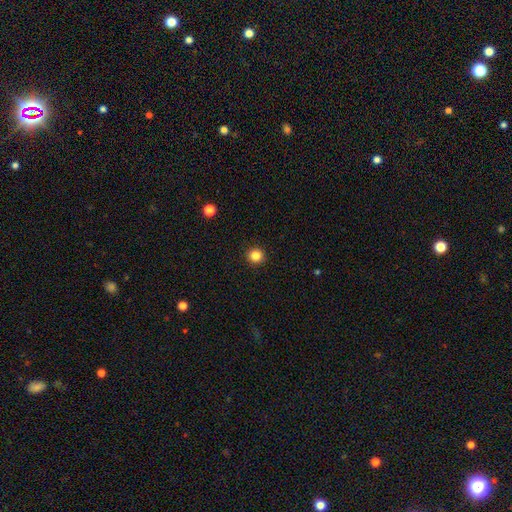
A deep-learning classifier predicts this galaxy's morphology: type=smooth (84%); roundness=round (94%); merging=none (93%).